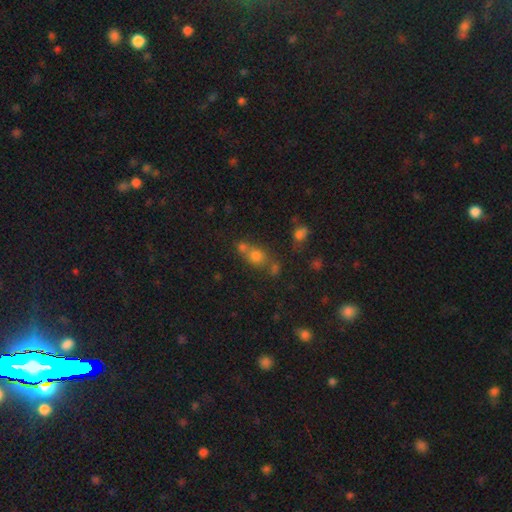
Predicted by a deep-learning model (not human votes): The model was most divided on "merging": merger: 44%, none: 41%, minor disturbance: 10%, major disturbance: 5%. More confident: smooth or featured — smooth (69%); how rounded — round (62%).